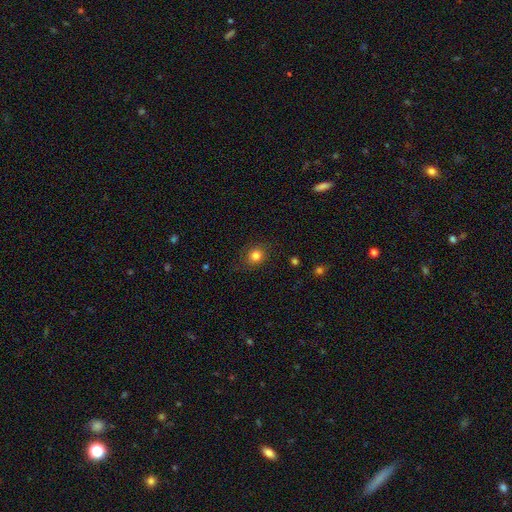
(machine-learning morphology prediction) A smooth galaxy with no disk features (81%) that is round (75%). Merging: none (80%).